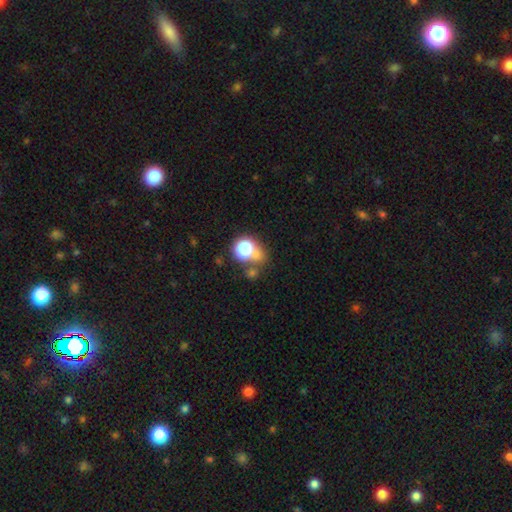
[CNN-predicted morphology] Q: Smooth or featured?
A: smooth (70%); runner-up: star or artifact (17%)
Q: How rounded?
A: round (70%); runner-up: in between (29%)
Q: Merging?
A: none (40%); runner-up: merger (37%)